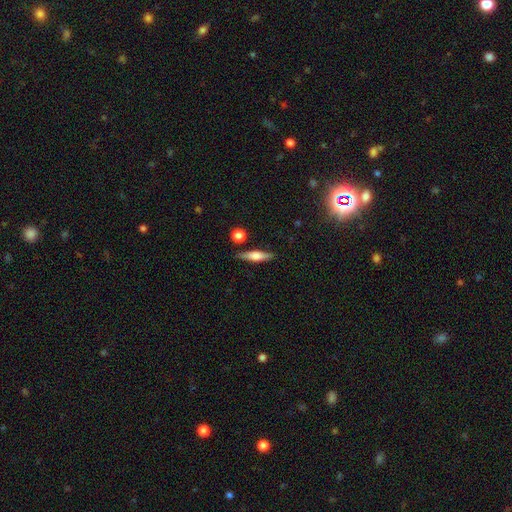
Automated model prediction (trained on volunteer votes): Smooth or featured?
  - smooth: 48% *
  - featured or disk: 45%
  - star or artifact: 7%
Merging?
  - none: 83% *
  - minor disturbance: 11%
  - merger: 4%
  - major disturbance: 3%